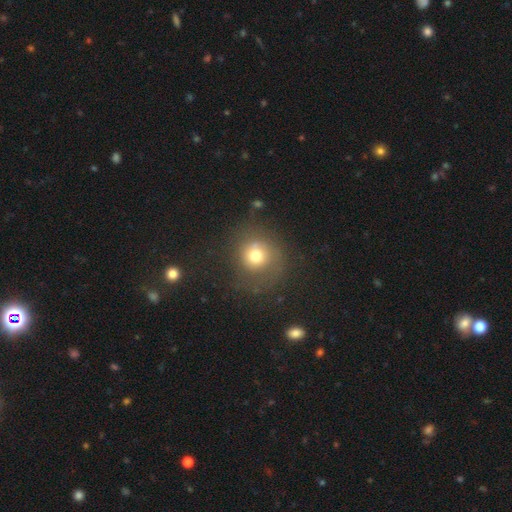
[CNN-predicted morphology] Overall: smooth (67%). How rounded: round (87%). Merging: none (64%).